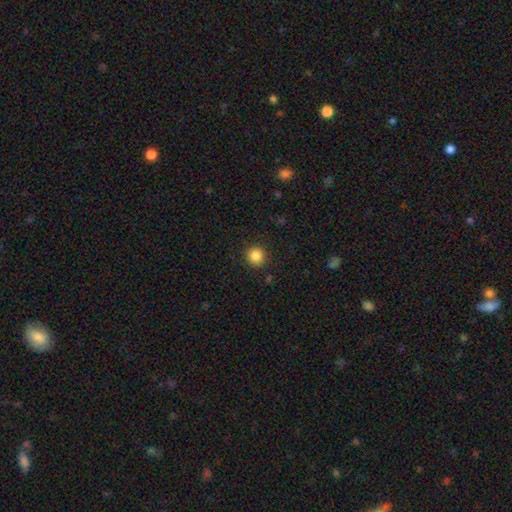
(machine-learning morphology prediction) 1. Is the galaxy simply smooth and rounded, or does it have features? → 85% smooth, 10% star or artifact, 4% featured or disk.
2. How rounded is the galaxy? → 93% round, 6% in between, 1% cigar-shaped.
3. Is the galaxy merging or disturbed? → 91% none, 6% minor disturbance, 2% major disturbance, 1% merger.